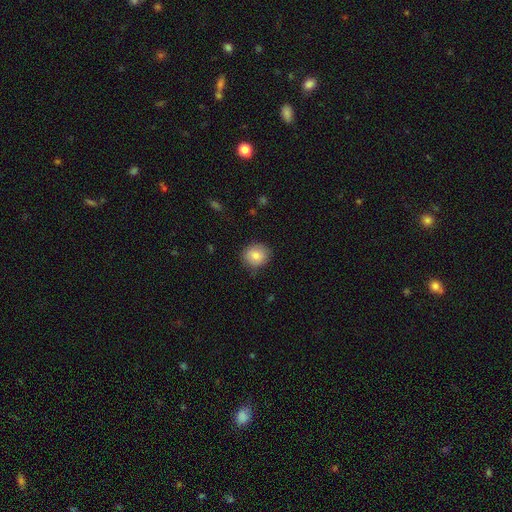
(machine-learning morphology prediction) Smooth or featured: smooth — 81% (featured or disk — 11%)
How rounded: round — 80% (in between — 19%)
Merging: none — 81% (minor disturbance — 15%)